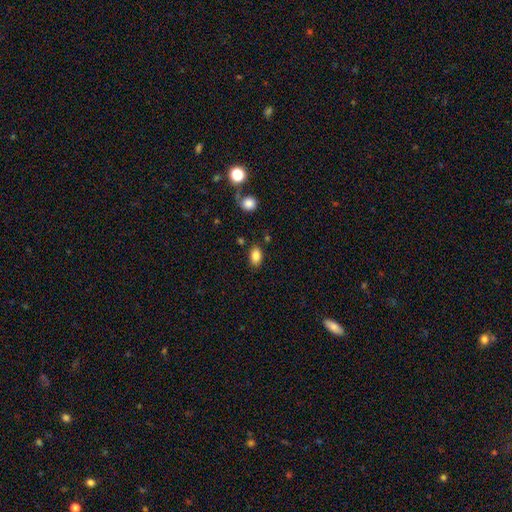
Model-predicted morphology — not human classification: Smooth or featured: smooth — 84% (star or artifact — 9%)
How rounded: in between — 84% (round — 14%)
Merging: none — 82% (minor disturbance — 12%)